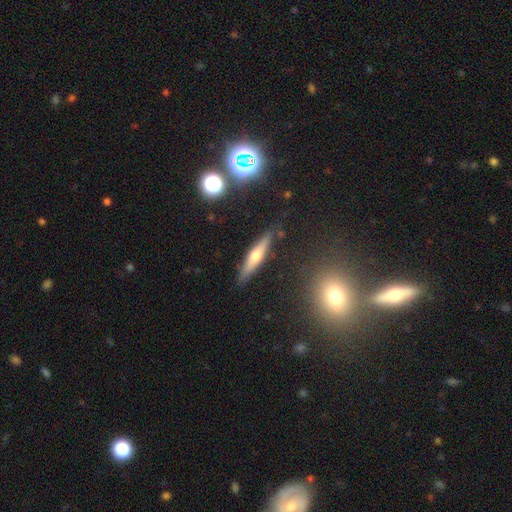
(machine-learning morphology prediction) This is possibly a featured or disk galaxy (48%). Merging: clearly none (86%).